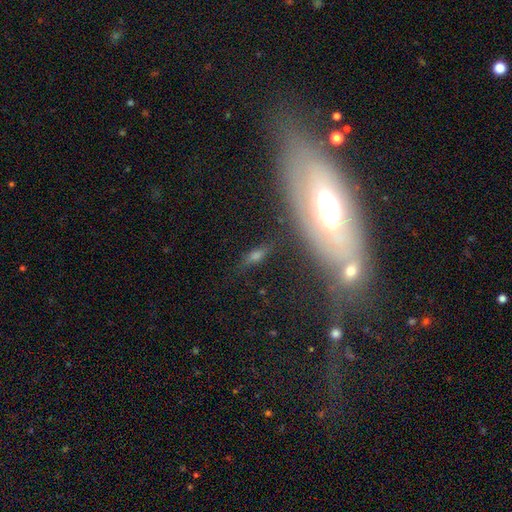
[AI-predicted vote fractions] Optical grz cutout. It shows a smooth galaxy with no disk features (43%). Merging: none (69%).